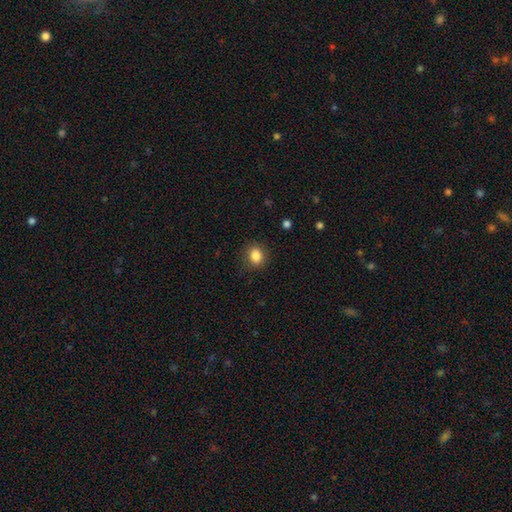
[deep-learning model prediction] Smooth or featured: smooth — 85% (star or artifact — 10%)
How rounded: round — 60% (in between — 39%)
Merging: none — 86% (minor disturbance — 10%)